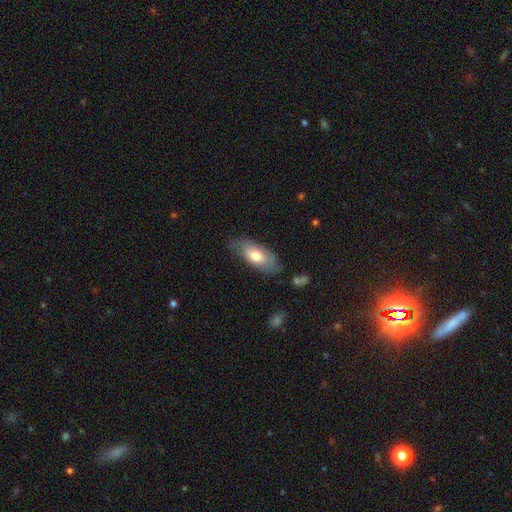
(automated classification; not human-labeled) This is likely a smooth galaxy (65%). How rounded: clearly in between (85%). Merging: likely none (67%).